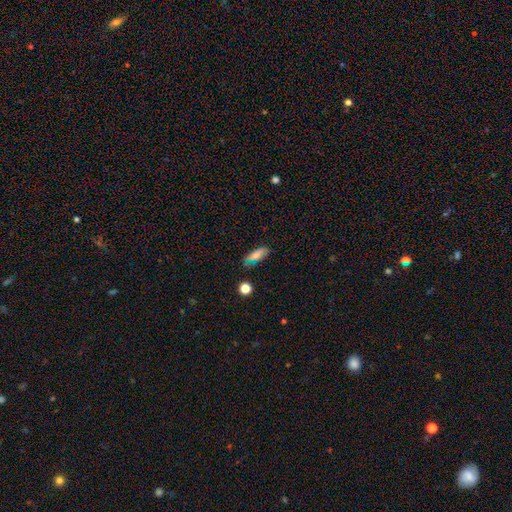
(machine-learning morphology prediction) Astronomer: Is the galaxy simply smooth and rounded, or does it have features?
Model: smooth — 75%.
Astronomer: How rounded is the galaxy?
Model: in between — 69%.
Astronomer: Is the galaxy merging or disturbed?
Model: none — 74%.